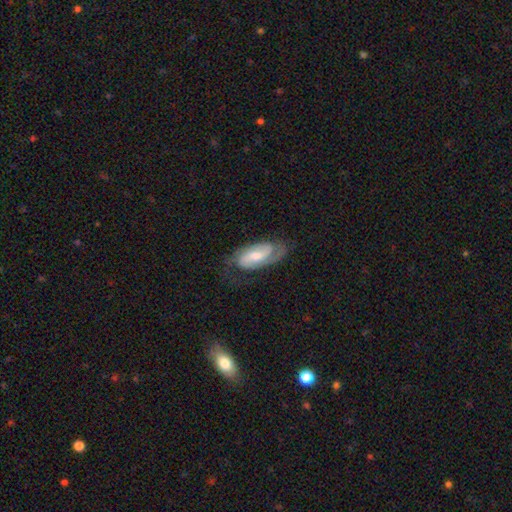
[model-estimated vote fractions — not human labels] Morphology: type=featured or disk (76%); edge-on=no (94%); bar=weak (47%); spiral arms=yes (95%); winding=medium (46%); arm count=2 (81%); bulge=moderate (53%); merging=none (66%).